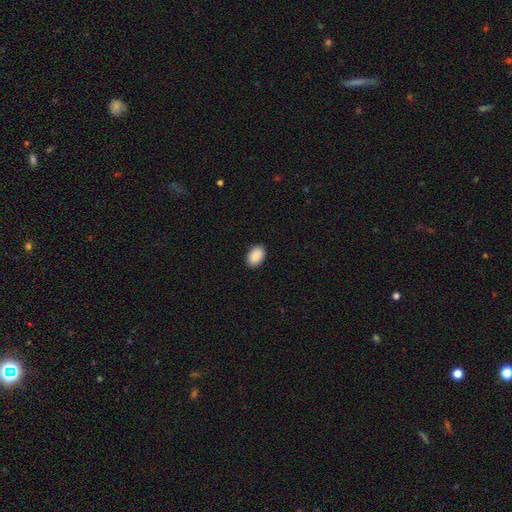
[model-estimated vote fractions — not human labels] This appears to be a smooth galaxy with no disk features (91%) that is in between round and cigar-shaped (85%). Merging: none (89%).